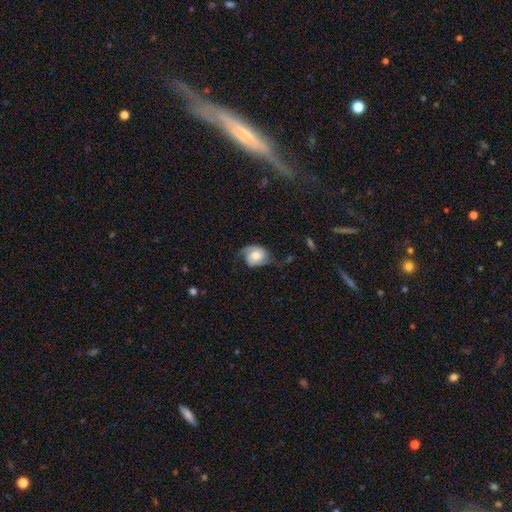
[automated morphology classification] A featured or disk galaxy (61%) with no bar (70%), 2 (77%) medium (39%) spiral arms (90%) and a moderate central bulge (55%).

Vote fractions:
- Smooth or featured? featured or disk: 61% / smooth: 32% / star or artifact: 7%
- Edge-on disk? no: 96% / yes: 4%
- Bar? no: 70% / weak: 25% / strong: 5%
- Spiral arms? yes: 90% / no: 10%
- Spiral winding? medium: 39% / loose: 33% / tight: 29%
- Spiral arm count? 2: 77% / 1: 12% / can't tell: 7% / 3: 2% / 4: 1% / more than 4: 1%
- Bulge size? moderate: 55% / large: 21% / small: 16% / dominant: 4% / none: 3%
- Merging? none: 51% / minor disturbance: 30% / major disturbance: 18% / merger: 2%